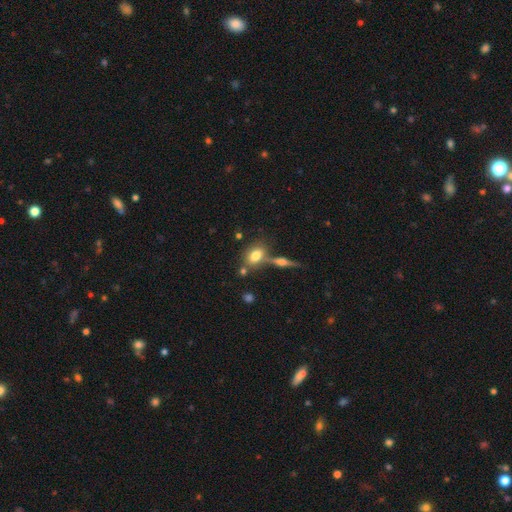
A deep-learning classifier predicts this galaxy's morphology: This is likely a smooth galaxy (73%). How rounded: likely in between (73%). Merging: possibly none (57%).